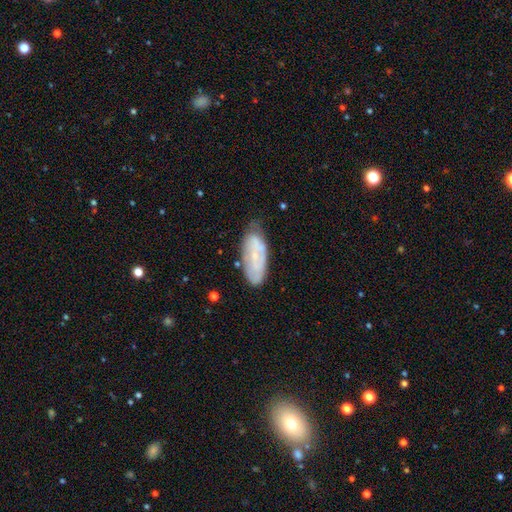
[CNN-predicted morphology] This is possibly a featured or disk galaxy (52%). It is clearly not viewed edge-on (88%). Merging: likely none (64%).